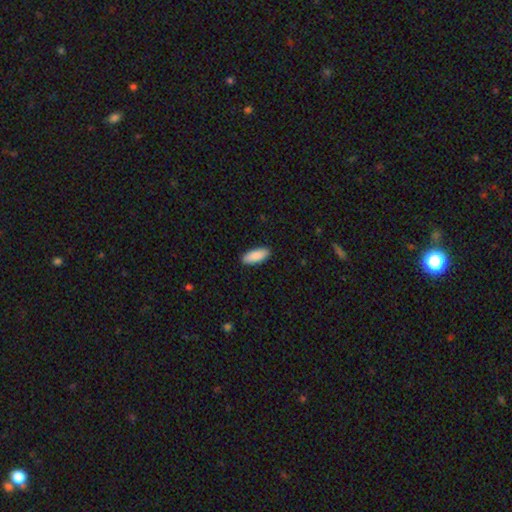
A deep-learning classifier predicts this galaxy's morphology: type=smooth (90%); roundness=in between (82%); merging=none (90%).